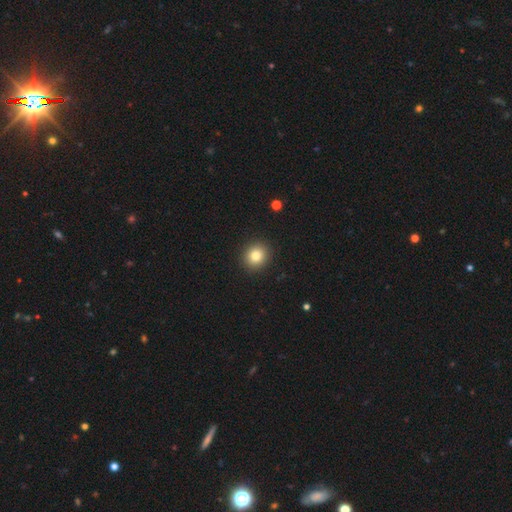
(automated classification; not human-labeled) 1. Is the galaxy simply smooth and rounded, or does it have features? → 82% smooth, 11% star or artifact, 7% featured or disk.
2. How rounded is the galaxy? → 84% round, 15% in between, 1% cigar-shaped.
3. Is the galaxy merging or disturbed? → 92% none, 5% minor disturbance, 2% major disturbance, 1% merger.